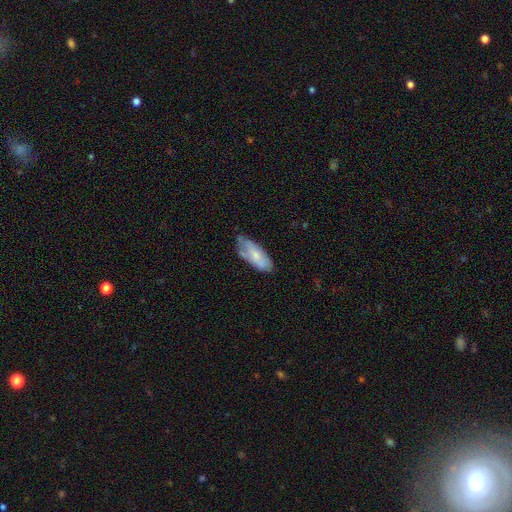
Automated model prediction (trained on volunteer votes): Overall: smooth (62%; featured or disk 31%). How rounded: in between (82%). Merging: none (56%; minor disturbance 32%).